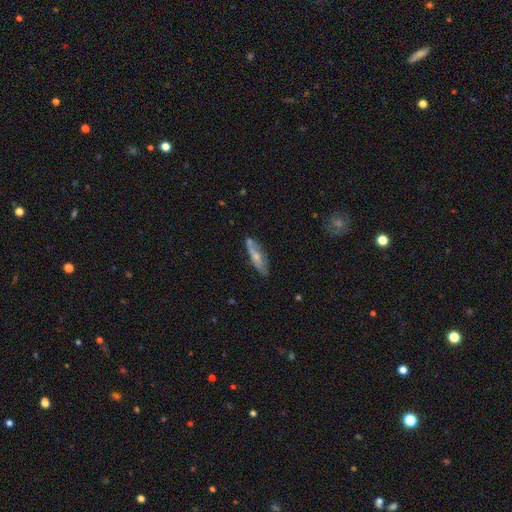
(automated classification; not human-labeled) Smooth or featured? Predicted: smooth (p=0.50). How rounded? Predicted: cigar-shaped (p=0.69). Merging? Predicted: none (p=0.69).